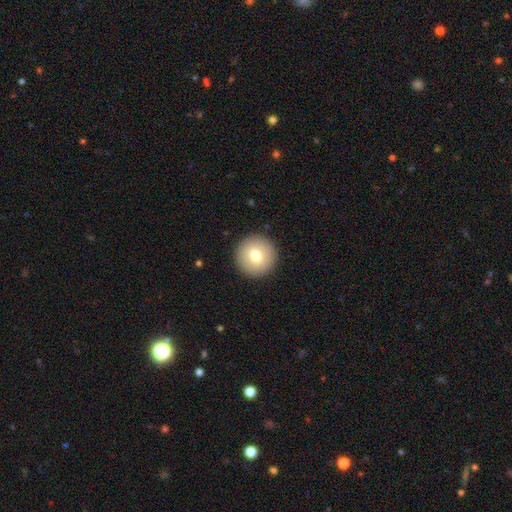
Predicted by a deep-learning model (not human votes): This appears to be a smooth galaxy with no disk features (74%) that is round (95%). Merging: none (92%).